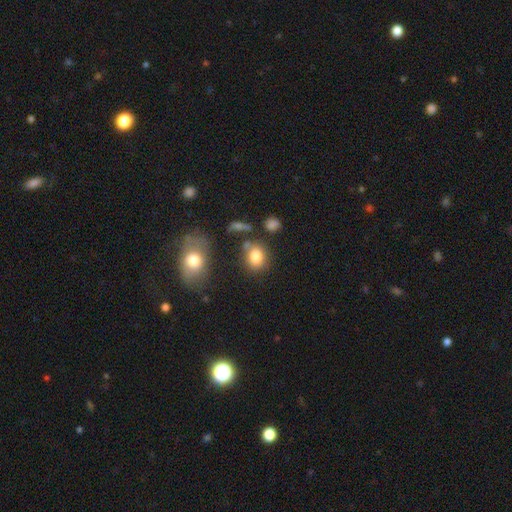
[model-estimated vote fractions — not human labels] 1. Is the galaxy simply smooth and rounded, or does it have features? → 82% smooth, 10% star or artifact, 8% featured or disk.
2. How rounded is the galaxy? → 50% in between, 48% round, 2% cigar-shaped.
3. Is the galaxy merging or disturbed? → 66% none, 15% minor disturbance, 13% merger, 6% major disturbance.